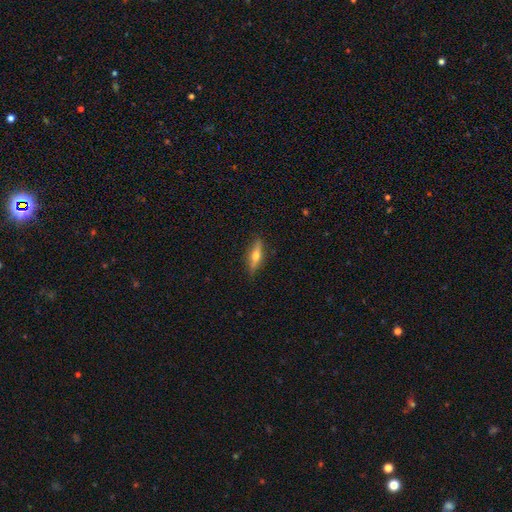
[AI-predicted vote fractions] The model was most divided on "smooth or featured": featured or disk: 58%, smooth: 36%, star or artifact: 7%. More confident: edge-on disk — yes (94%); edge-on bulge — rounded (93%); merging — none (87%).